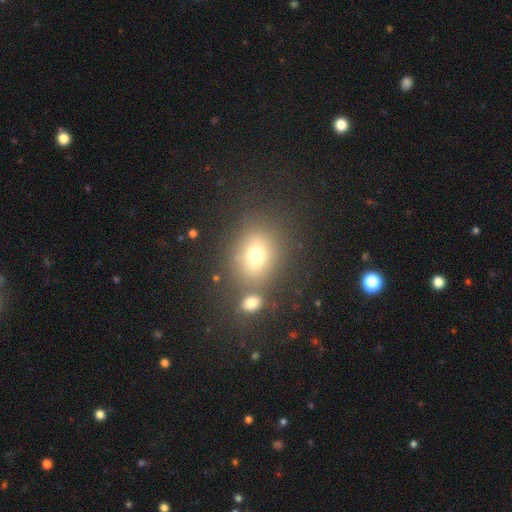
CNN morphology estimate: smooth_or_featured: smooth (p=0.72) [alt: star or artifact p=0.15]
how_rounded: round (p=0.56) [alt: in between p=0.42]
merging: none (p=0.67) [alt: merger p=0.18]